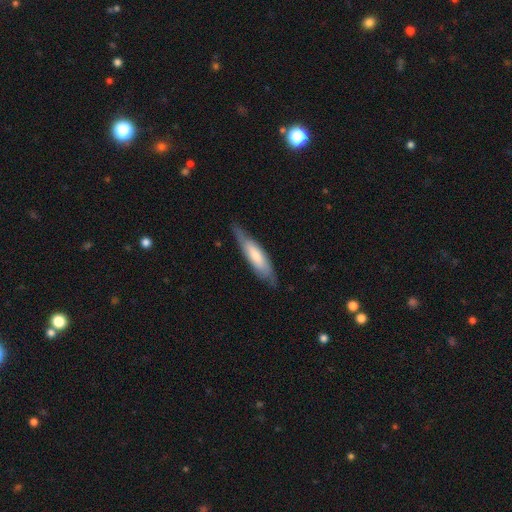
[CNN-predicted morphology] type=smooth (56%); roundness=cigar-shaped (67%); merging=none (71%).